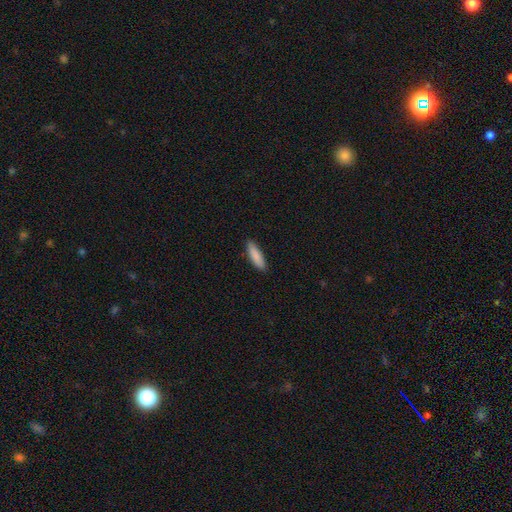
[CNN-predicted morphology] Smooth or featured? Predicted: smooth (p=0.88). How rounded? Predicted: cigar-shaped (p=0.63). Merging? Predicted: none (p=0.87).